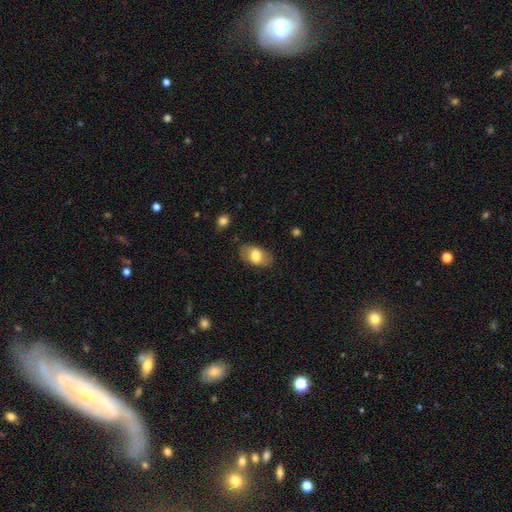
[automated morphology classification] Smooth or featured? smooth (72%)
How rounded? in between (88%)
Merging? none (79%)